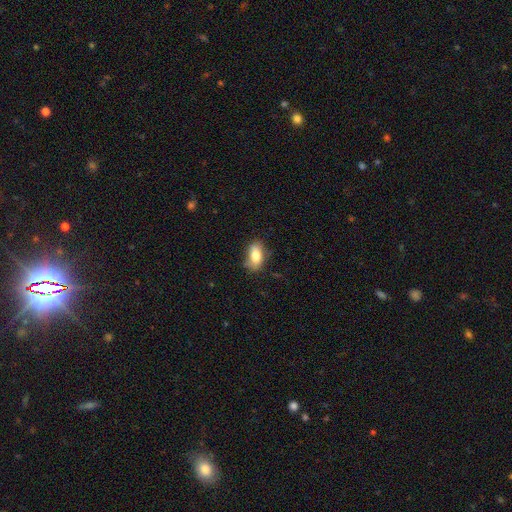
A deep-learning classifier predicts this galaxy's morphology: Overall: smooth (79%). How rounded: in between (88%). Merging: none (65%; minor disturbance 26%).